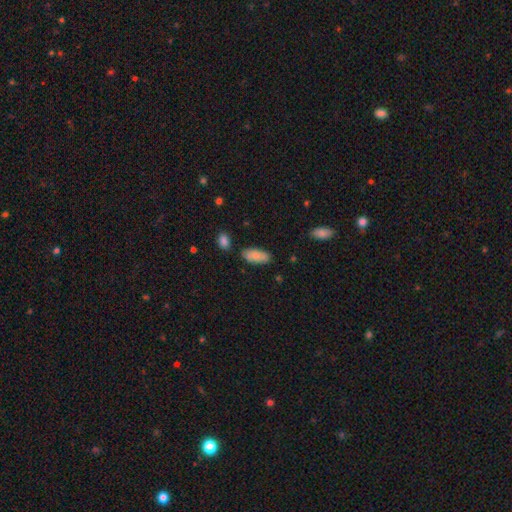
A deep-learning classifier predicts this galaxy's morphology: This is clearly a smooth galaxy (85%). How rounded: clearly in between (84%). Merging: likely none (75%).